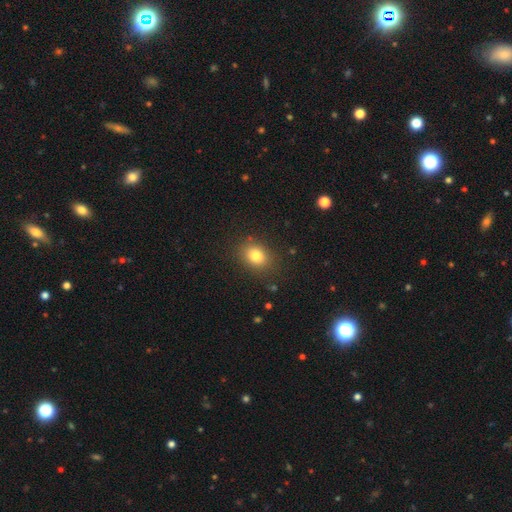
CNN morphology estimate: The model was most divided on "how rounded": in between: 56%, round: 43%, cigar-shaped: 1%. More confident: merging — none (84%); smooth or featured — smooth (81%).